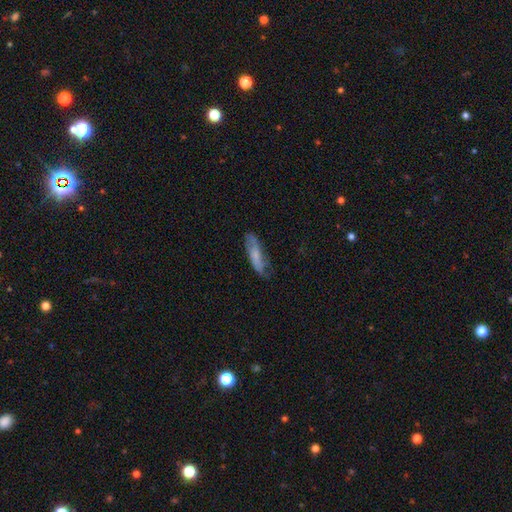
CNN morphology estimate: type=smooth (61%); roundness=cigar-shaped (57%); merging=none (64%).